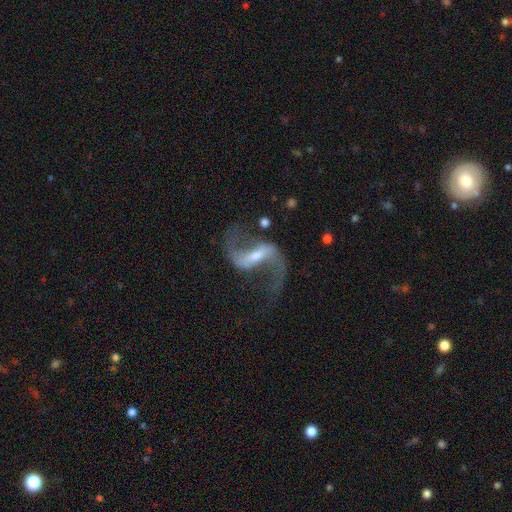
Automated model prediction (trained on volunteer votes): Q: Smooth or featured?
A: featured or disk (91%); runner-up: star or artifact (5%)
Q: Edge-on disk?
A: no (97%); runner-up: yes (3%)
Q: Bar?
A: strong (53%); runner-up: weak (36%)
Q: Spiral arms?
A: yes (97%); runner-up: no (3%)
Q: Spiral winding?
A: loose (80%); runner-up: medium (17%)
Q: Spiral arm count?
A: 2 (94%); runner-up: 1 (2%)
Q: Bulge size?
A: small (53%); runner-up: moderate (36%)
Q: Merging?
A: none (74%); runner-up: minor disturbance (12%)